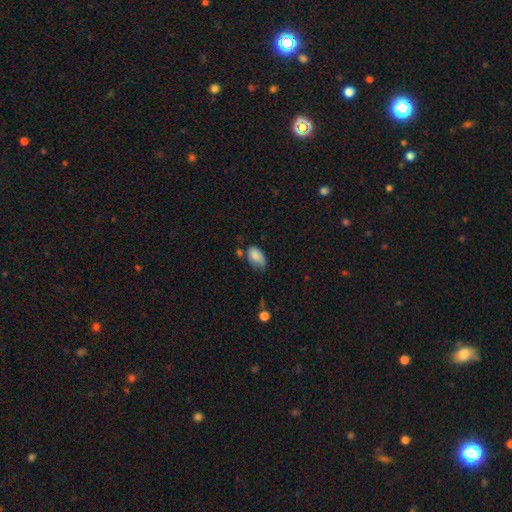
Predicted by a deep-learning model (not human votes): A smooth galaxy with no disk features (83%) that is in between round and cigar-shaped (91%).

Vote fractions:
- Smooth or featured? smooth: 83% / featured or disk: 9% / star or artifact: 8%
- How rounded? in between: 91% / round: 7% / cigar-shaped: 2%
- Merging? none: 46% / minor disturbance: 37% / major disturbance: 10% / merger: 7%